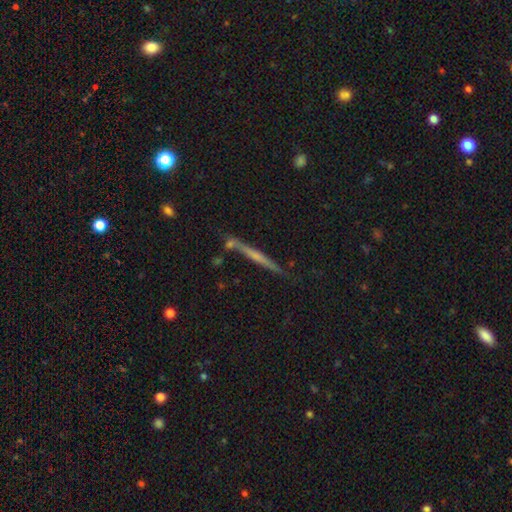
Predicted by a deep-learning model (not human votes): Overall: featured or disk (57%; smooth 35%). Edge-on disk: yes (96%). Edge-on bulge: none (61%; rounded 30%). Merging: none (78%).